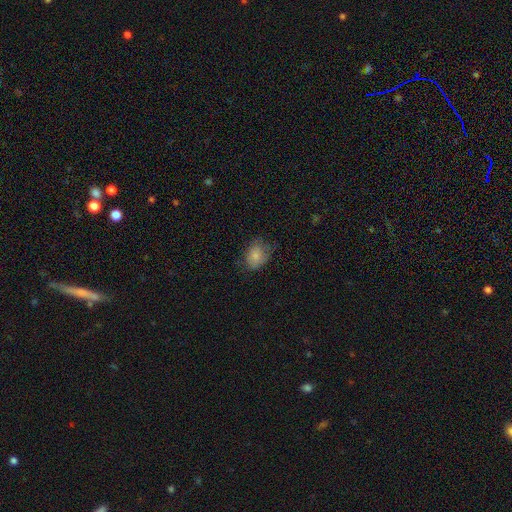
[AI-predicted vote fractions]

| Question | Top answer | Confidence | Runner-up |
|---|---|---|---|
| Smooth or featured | smooth | 80% | featured or disk (11%) |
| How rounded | in between | 62% | round (37%) |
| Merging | none | 61% | minor disturbance (28%) |